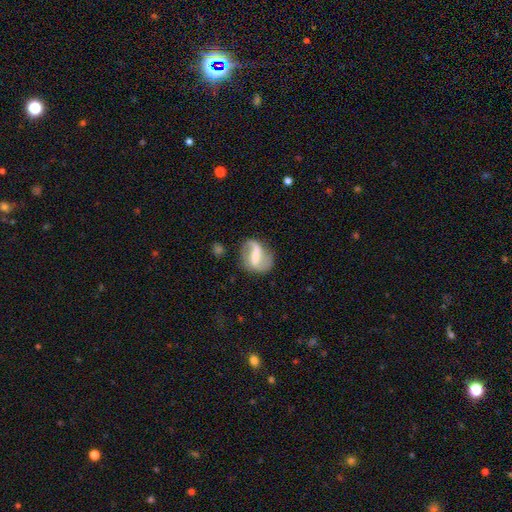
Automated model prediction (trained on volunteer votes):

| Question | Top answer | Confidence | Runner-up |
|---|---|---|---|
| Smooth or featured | featured or disk | 78% | smooth (16%) |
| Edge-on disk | no | 96% | yes (4%) |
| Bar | strong | 57% | weak (32%) |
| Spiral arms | yes | 86% | no (14%) |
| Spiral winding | loose | 60% | medium (29%) |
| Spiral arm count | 2 | 86% | 1 (6%) |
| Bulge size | small | 43% | moderate (38%) |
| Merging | none | 74% | minor disturbance (16%) |